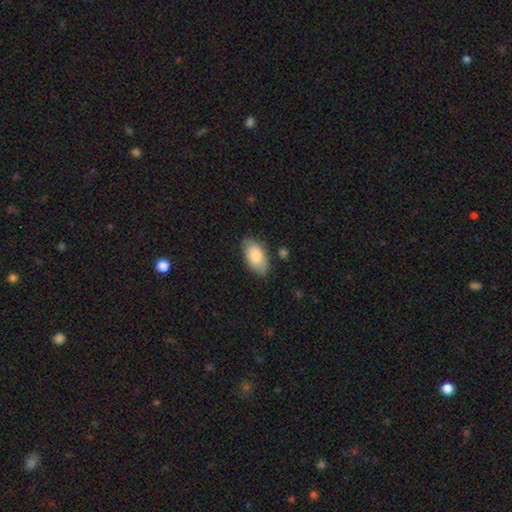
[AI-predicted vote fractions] This is clearly a smooth galaxy (81%). How rounded: clearly in between (94%). Merging: likely none (78%).